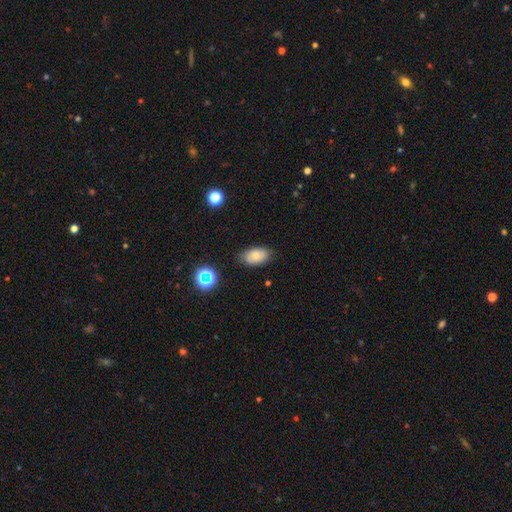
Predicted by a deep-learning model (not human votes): Smooth or featured?
  - smooth: 72% *
  - featured or disk: 17%
  - star or artifact: 11%
How rounded?
  - in between: 91% *
  - round: 7%
  - cigar-shaped: 2%
Merging?
  - none: 79% *
  - minor disturbance: 16%
  - major disturbance: 3%
  - merger: 2%